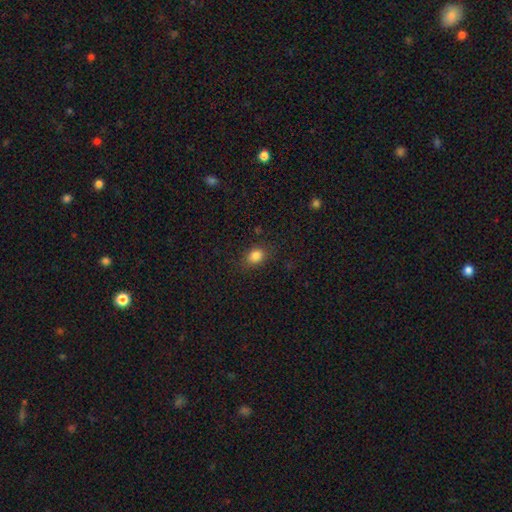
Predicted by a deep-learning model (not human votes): Smooth or featured? Predicted: smooth (p=0.84). How rounded? Predicted: in between (p=0.66). Merging? Predicted: none (p=0.83).